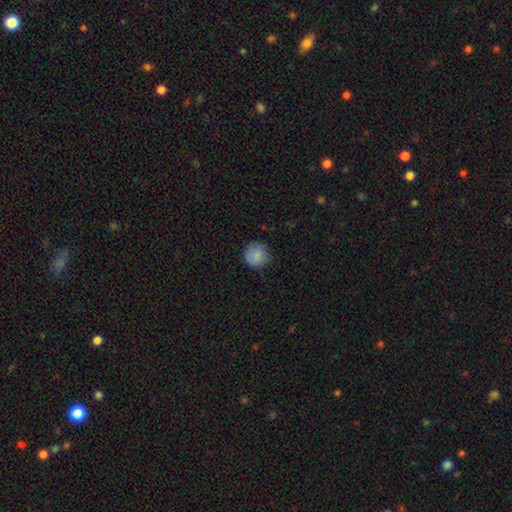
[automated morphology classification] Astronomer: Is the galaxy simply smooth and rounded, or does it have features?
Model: smooth — 85%.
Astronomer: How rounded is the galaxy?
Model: round — 93%.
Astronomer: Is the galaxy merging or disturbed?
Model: none — 80%.